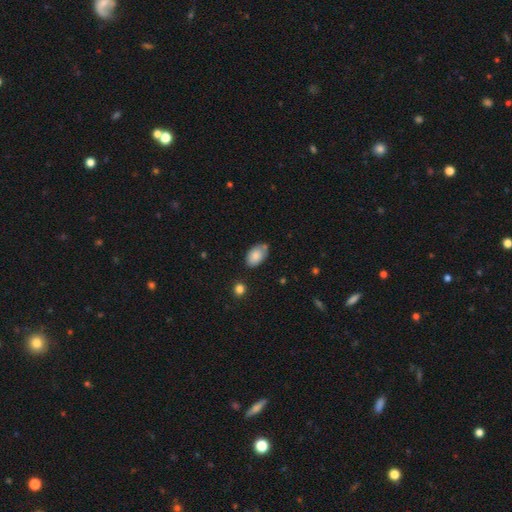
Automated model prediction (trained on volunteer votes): This is clearly a smooth galaxy (82%). How rounded: clearly in between (92%). Merging: likely none (67%).